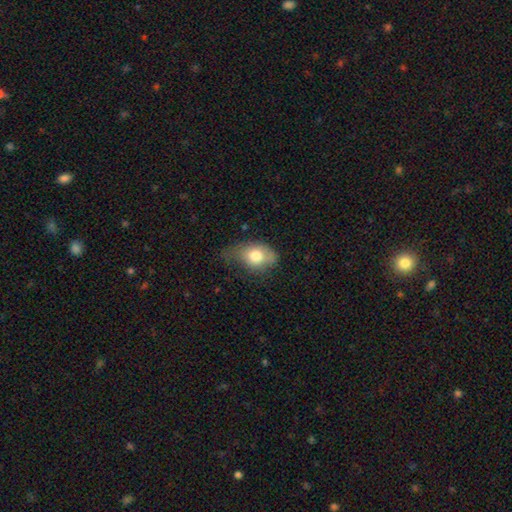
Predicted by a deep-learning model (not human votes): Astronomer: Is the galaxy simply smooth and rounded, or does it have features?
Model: smooth — 75%.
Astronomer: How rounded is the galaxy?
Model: in between — 77%.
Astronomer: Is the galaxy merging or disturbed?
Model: minor disturbance — 41% (runner-up: none, 35%).